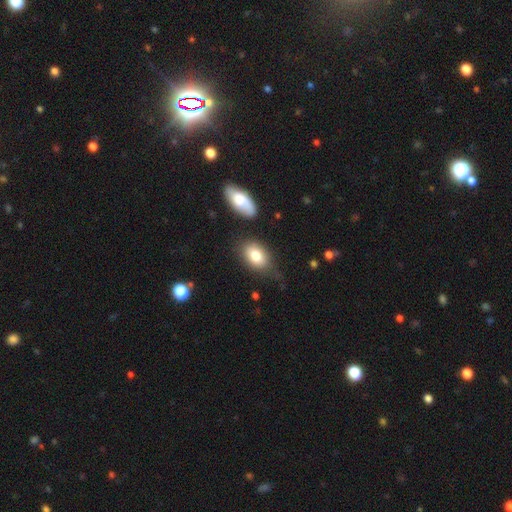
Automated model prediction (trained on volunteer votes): Q: Smooth or featured?
A: smooth (80%); runner-up: featured or disk (12%)
Q: How rounded?
A: in between (81%); runner-up: round (17%)
Q: Merging?
A: none (69%); runner-up: minor disturbance (20%)